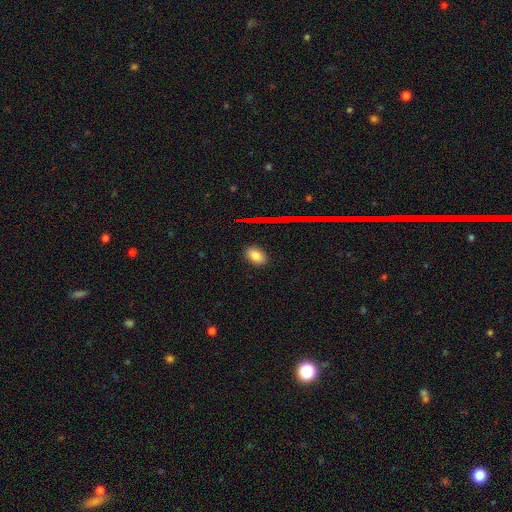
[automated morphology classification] smooth_or_featured: smooth (p=0.79) [alt: star or artifact p=0.13]
how_rounded: in between (p=0.84) [alt: round p=0.14]
merging: none (p=0.87) [alt: minor disturbance p=0.09]